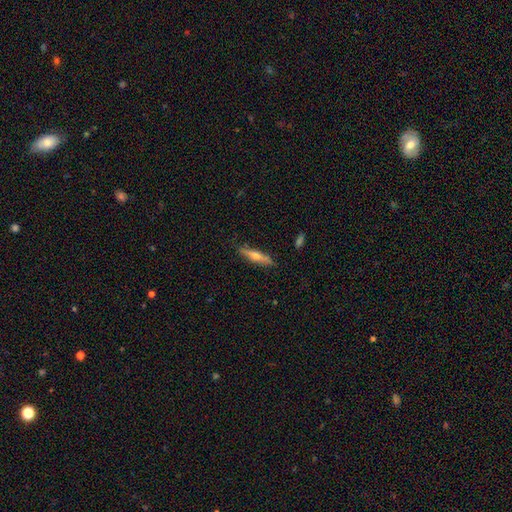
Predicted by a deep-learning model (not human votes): This is possibly a featured or disk galaxy (50%). Merging: clearly none (84%).